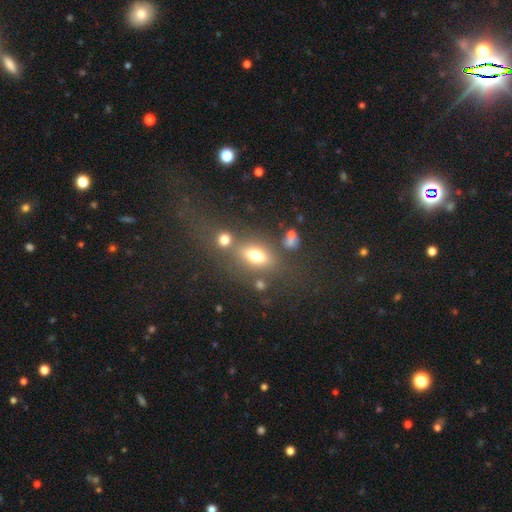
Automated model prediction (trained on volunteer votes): Smooth or featured? Predicted: smooth (p=0.63). How rounded? Predicted: in between (p=0.68). Merging? Predicted: none (p=0.61).